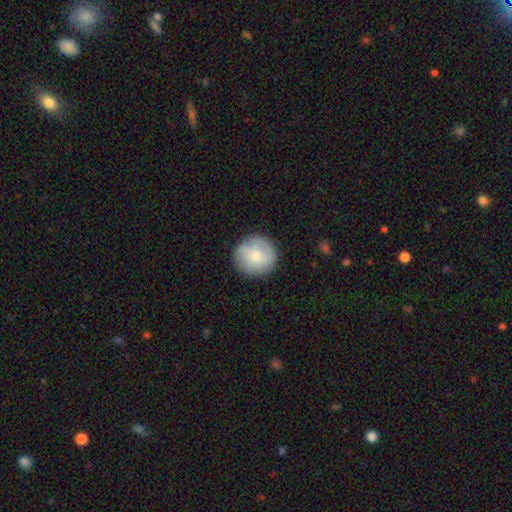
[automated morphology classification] smooth_or_featured: smooth (p=0.72) [alt: featured or disk p=0.22]
how_rounded: round (p=0.94) [alt: in between p=0.05]
merging: none (p=0.85) [alt: minor disturbance p=0.11]